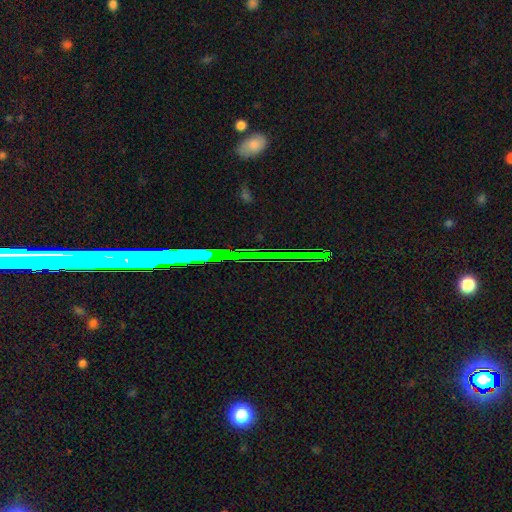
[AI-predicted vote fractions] Q: Smooth or featured?
A: star or artifact (70%); runner-up: featured or disk (17%)